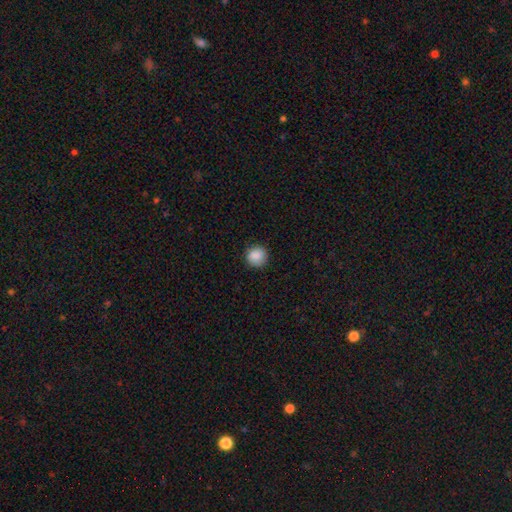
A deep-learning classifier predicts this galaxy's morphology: Smooth or featured?
  - smooth: 88% *
  - star or artifact: 8%
  - featured or disk: 4%
How rounded?
  - round: 90% *
  - in between: 9%
  - cigar-shaped: 1%
Merging?
  - none: 86% *
  - minor disturbance: 10%
  - major disturbance: 2%
  - merger: 1%